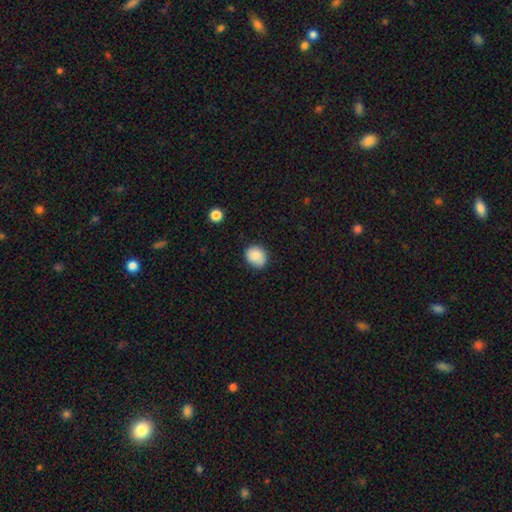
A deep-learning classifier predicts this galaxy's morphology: type=smooth (86%); roundness=round (68%); merging=none (79%).